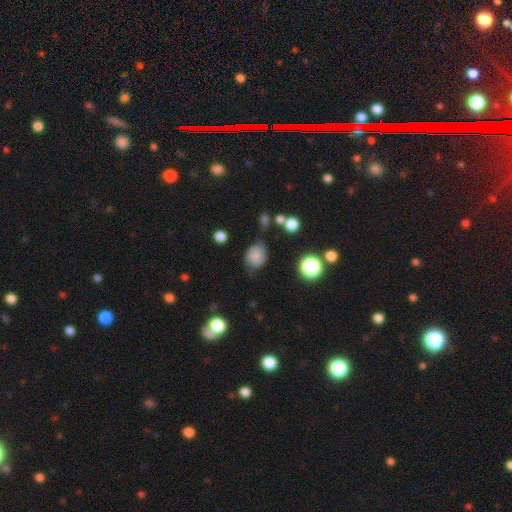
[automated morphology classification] Q: Smooth or featured?
A: smooth (79%); runner-up: star or artifact (12%)
Q: How rounded?
A: round (53%); runner-up: in between (46%)
Q: Merging?
A: none (58%); runner-up: minor disturbance (29%)